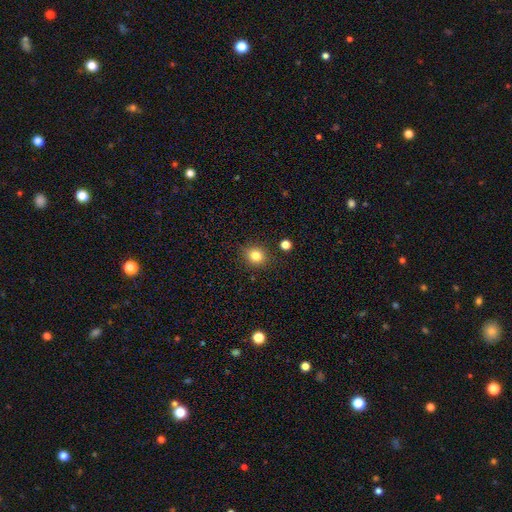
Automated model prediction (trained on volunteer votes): smooth_or_featured: smooth (p=0.81) [alt: star or artifact p=0.12]
how_rounded: round (p=0.77) [alt: in between p=0.22]
merging: none (p=0.85) [alt: minor disturbance p=0.10]